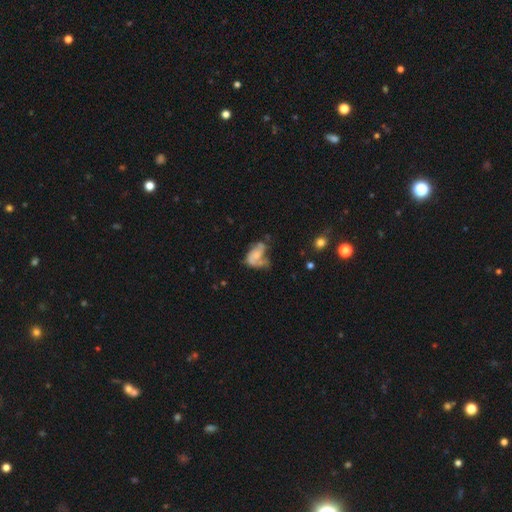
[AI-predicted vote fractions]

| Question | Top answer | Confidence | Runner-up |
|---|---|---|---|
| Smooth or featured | featured or disk | 53% | smooth (37%) |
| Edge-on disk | no | 97% | yes (3%) |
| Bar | no | 75% | weak (20%) |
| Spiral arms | yes | 59% | no (41%) |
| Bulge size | none | 43% | small (30%) |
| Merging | major disturbance | 37% | none (24%) |